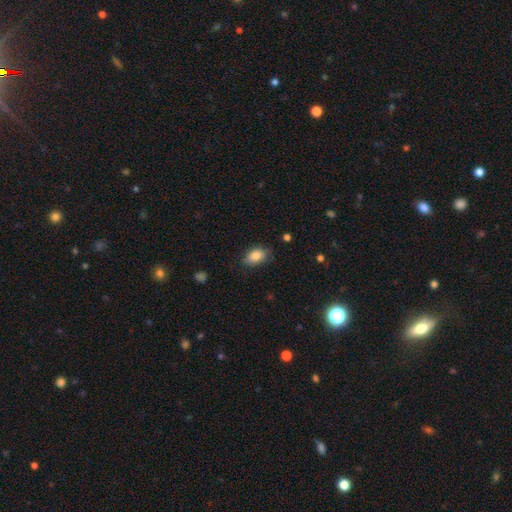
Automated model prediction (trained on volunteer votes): This is clearly a smooth galaxy (85%). How rounded: clearly in between (89%). Merging: likely none (76%).